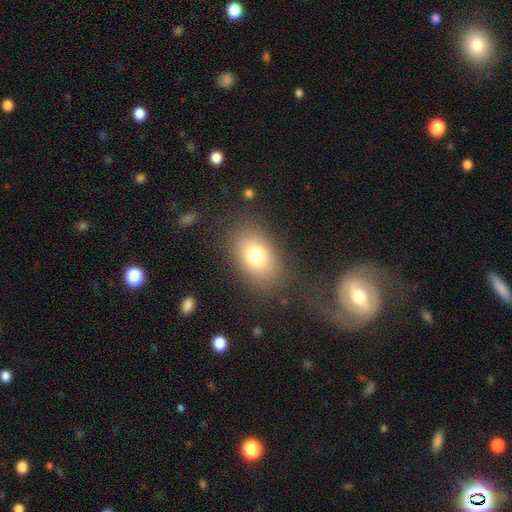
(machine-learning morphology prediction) smooth-or-featured: smooth: 75% | featured or disk: 13% | star or artifact: 12%
  how-rounded: in between: 79% | round: 19% | cigar-shaped: 1%
  merging: none: 81% | minor disturbance: 11% | major disturbance: 7% | merger: 2%